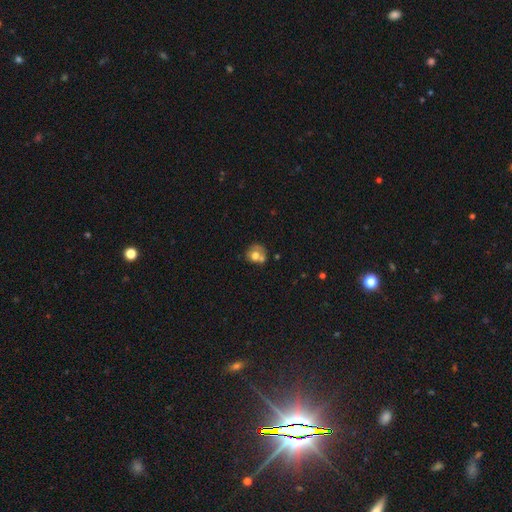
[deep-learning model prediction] Overall: smooth (64%; featured or disk 26%). How rounded: round (72%). Merging: none (38%; merger 34%).